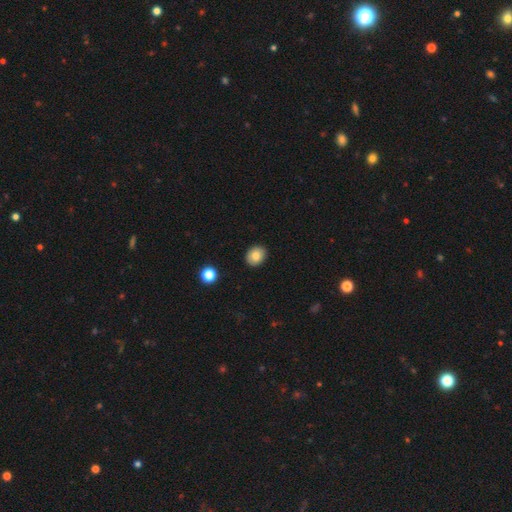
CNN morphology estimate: Smooth or featured: smooth — 83% (star or artifact — 9%)
How rounded: round — 57% (in between — 43%)
Merging: none — 90% (minor disturbance — 7%)